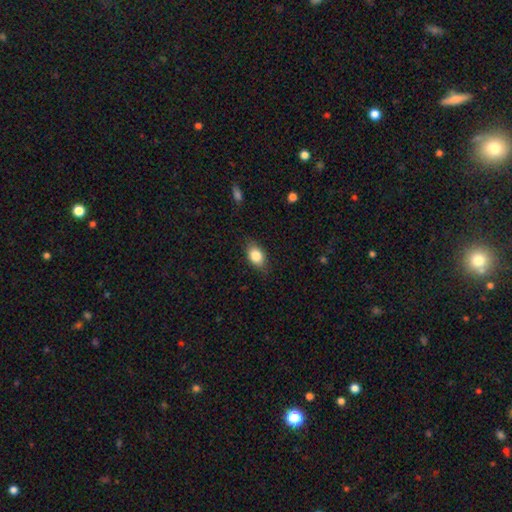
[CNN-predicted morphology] Overall: smooth (83%). How rounded: in between (83%). Merging: none (82%).